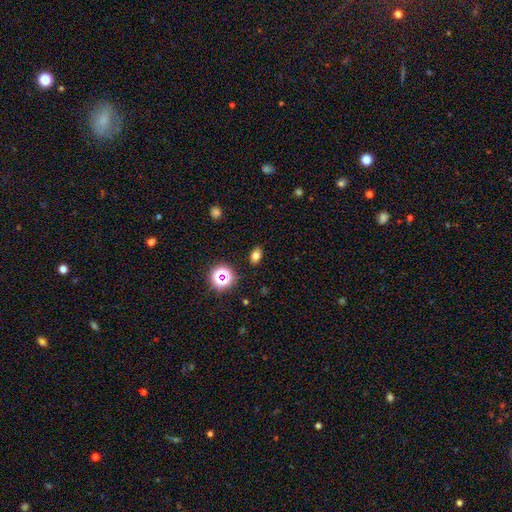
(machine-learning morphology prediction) smooth-or-featured: smooth: 74% | star or artifact: 18% | featured or disk: 9%
  how-rounded: in between: 79% | round: 19% | cigar-shaped: 2%
  merging: none: 87% | minor disturbance: 9% | major disturbance: 3% | merger: 1%